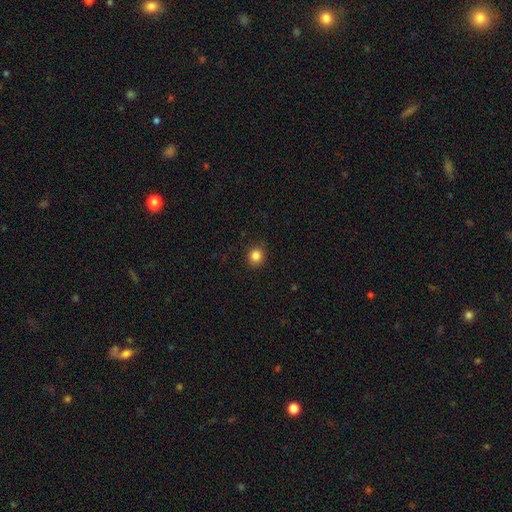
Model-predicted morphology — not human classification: This is clearly a smooth galaxy (85%). How rounded: clearly round (86%). Merging: clearly none (89%).